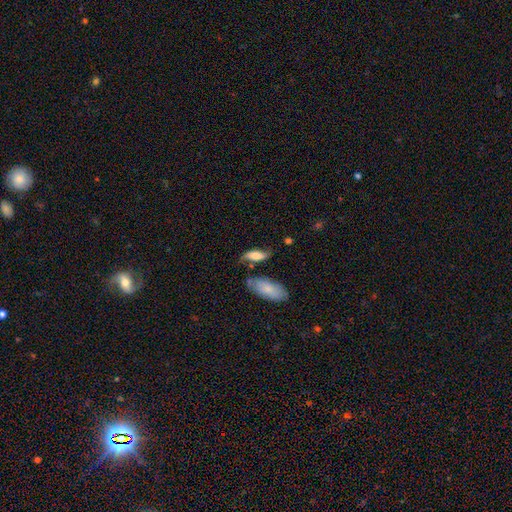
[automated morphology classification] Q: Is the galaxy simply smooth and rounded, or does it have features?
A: smooth — 63%.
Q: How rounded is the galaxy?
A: in between — 72%.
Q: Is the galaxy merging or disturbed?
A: none — 51%.